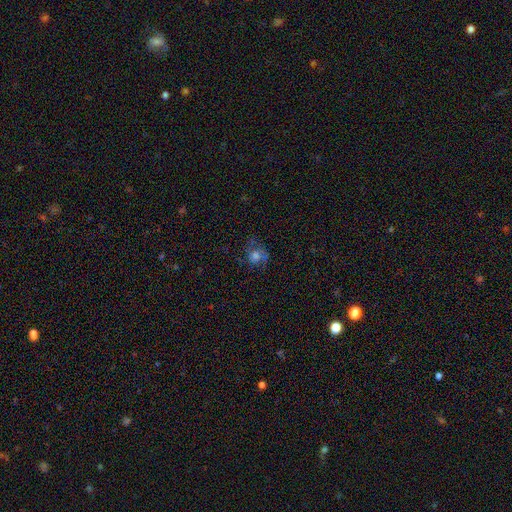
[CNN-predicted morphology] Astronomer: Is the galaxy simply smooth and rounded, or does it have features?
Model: smooth — 54% (runner-up: featured or disk, 29%).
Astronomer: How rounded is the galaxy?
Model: round — 77%.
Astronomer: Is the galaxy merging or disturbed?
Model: none — 60%.